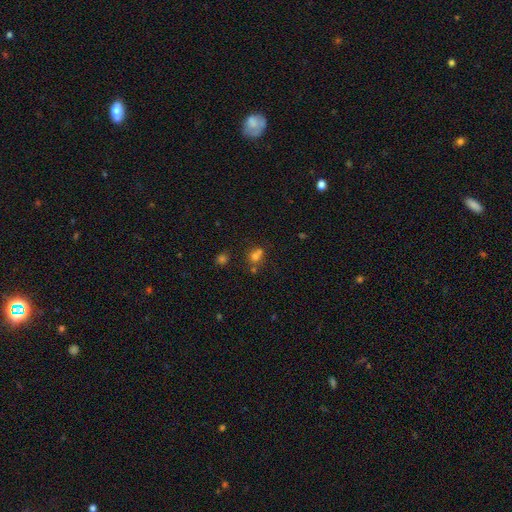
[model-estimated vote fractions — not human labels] Smooth or featured? Predicted: smooth (p=0.64). How rounded? Predicted: round (p=0.71). Merging? Predicted: merger (p=0.44).